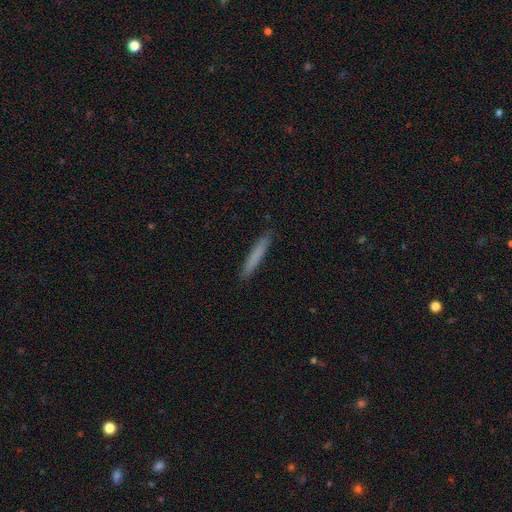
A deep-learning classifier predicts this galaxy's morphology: This is likely a smooth galaxy (75%). How rounded: clearly cigar-shaped (96%). Merging: clearly none (91%).